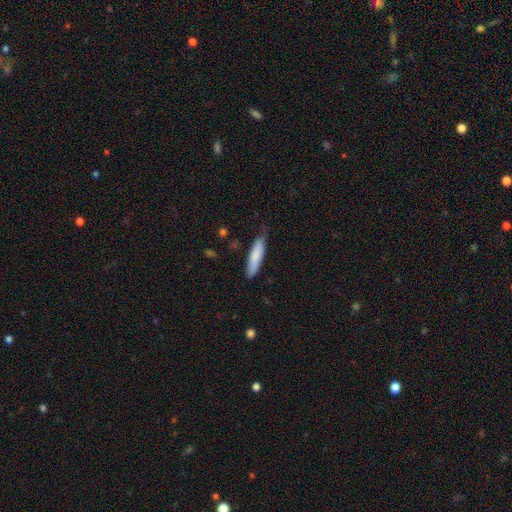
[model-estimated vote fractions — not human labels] smooth_or_featured: smooth (p=0.81) [alt: featured or disk p=0.13]
how_rounded: cigar-shaped (p=0.76) [alt: in between p=0.23]
merging: none (p=0.74) [alt: minor disturbance p=0.22]